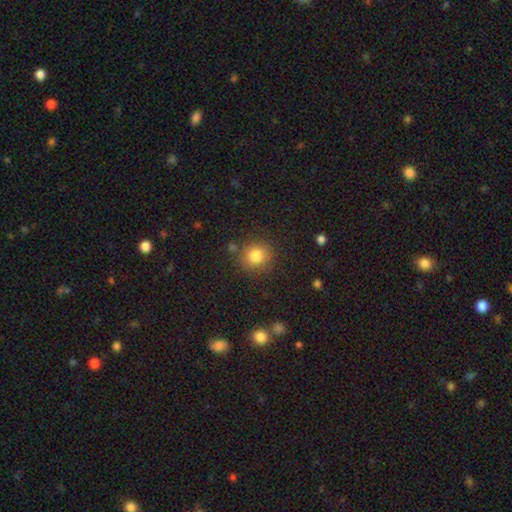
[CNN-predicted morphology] Smooth or featured?
  - smooth: 82% *
  - star or artifact: 12%
  - featured or disk: 6%
How rounded?
  - round: 86% *
  - in between: 13%
  - cigar-shaped: 1%
Merging?
  - none: 82% *
  - minor disturbance: 10%
  - merger: 4%
  - major disturbance: 4%